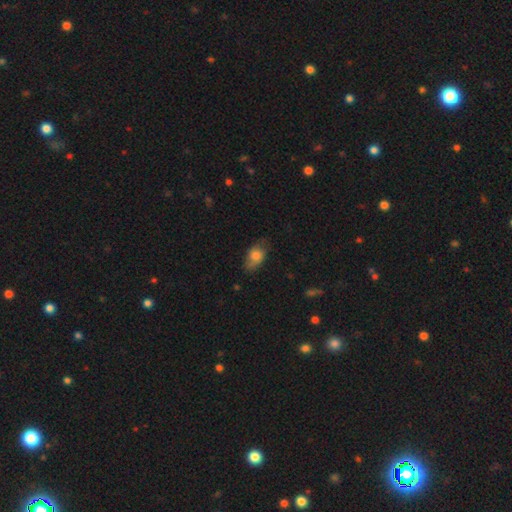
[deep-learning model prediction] This is likely a smooth galaxy (71%). How rounded: clearly in between (86%). Merging: likely none (64%).